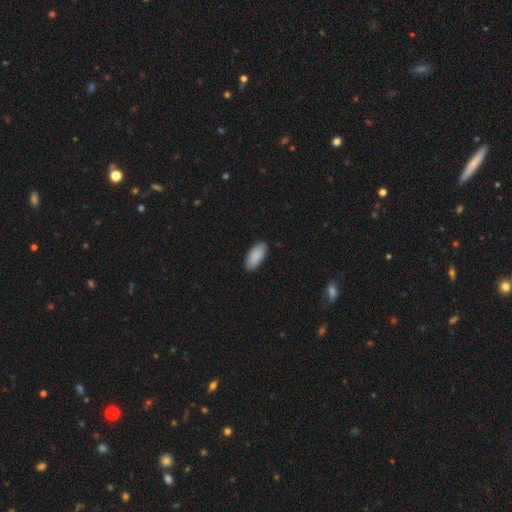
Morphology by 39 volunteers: smooth 92%, featured or disk 8%, star or artifact 0%. Down the decision tree: how rounded — in between (92%); merging — none (95%).